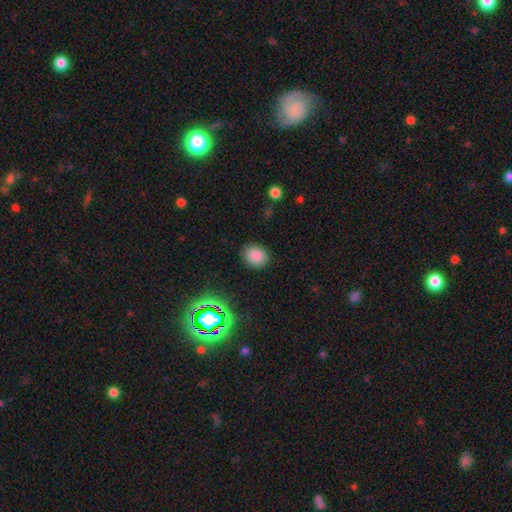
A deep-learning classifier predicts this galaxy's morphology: This is clearly a smooth galaxy (83%). How rounded: possibly round (57%). Merging: clearly none (86%).